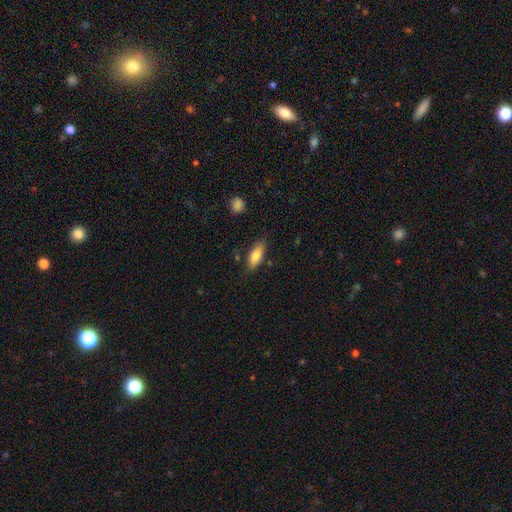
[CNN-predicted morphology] A smooth galaxy with no disk features (79%) that is in between round and cigar-shaped (77%). Merging: none (76%).